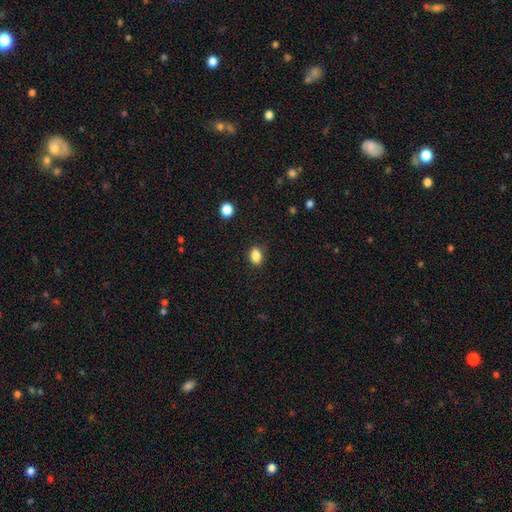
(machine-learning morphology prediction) Smooth or featured? Predicted: smooth (p=0.86). How rounded? Predicted: in between (p=0.75). Merging? Predicted: none (p=0.85).